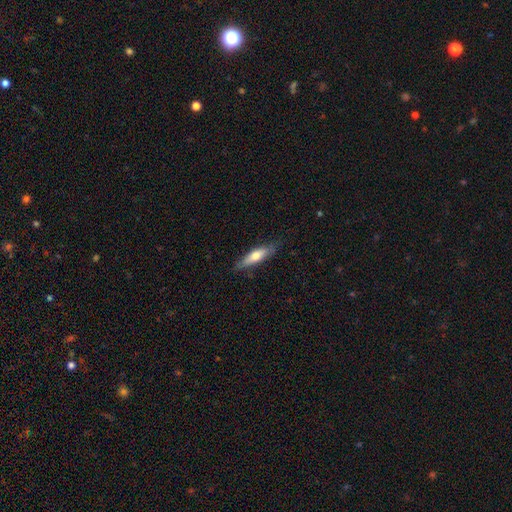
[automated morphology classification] Smooth or featured? Predicted: smooth (p=0.62). How rounded? Predicted: cigar-shaped (p=0.69). Merging? Predicted: none (p=0.78).